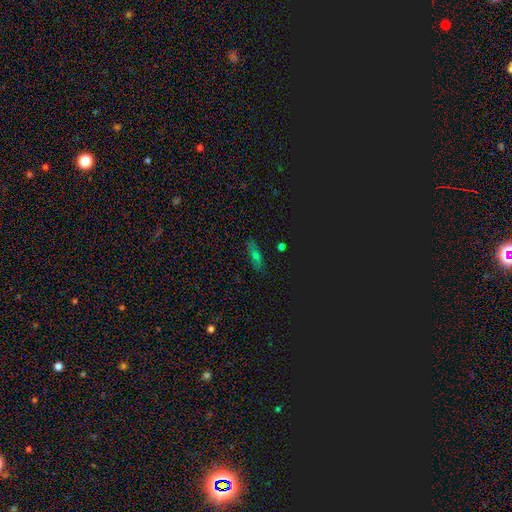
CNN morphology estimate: The model was most divided on "how rounded": in between: 56%, cigar-shaped: 37%, round: 7%. More confident: merging — none (84%); smooth or featured — smooth (54%).